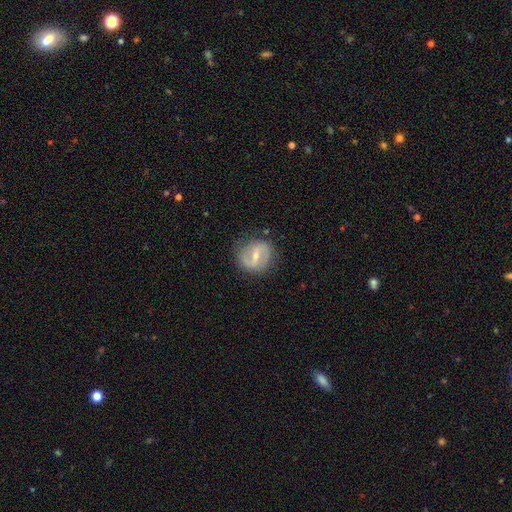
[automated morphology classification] type=featured or disk (73%); edge-on=no (96%); bar=strong (48%); spiral arms=yes (78%); winding=medium (44%); arm count=2 (84%); bulge=small (53%); merging=none (79%).